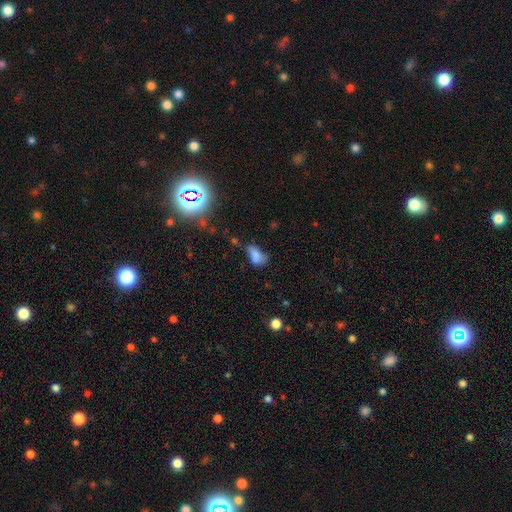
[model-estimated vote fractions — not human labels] Q: Smooth or featured?
A: smooth (71%); runner-up: star or artifact (15%)
Q: How rounded?
A: in between (88%); runner-up: round (8%)
Q: Merging?
A: none (33%); runner-up: minor disturbance (32%)